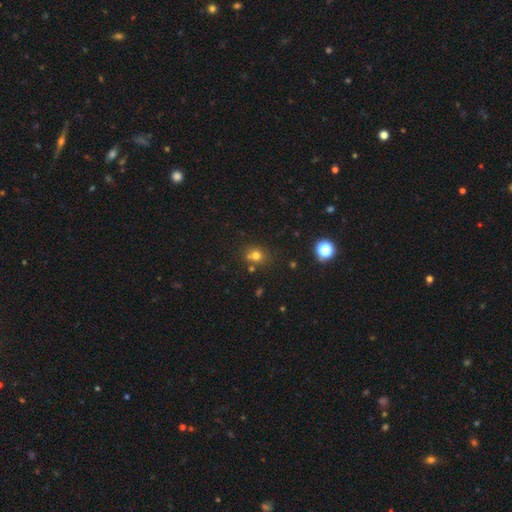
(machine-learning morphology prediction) Q: Smooth or featured?
A: smooth (71%); runner-up: star or artifact (19%)
Q: How rounded?
A: round (76%); runner-up: in between (23%)
Q: Merging?
A: none (63%); runner-up: merger (21%)